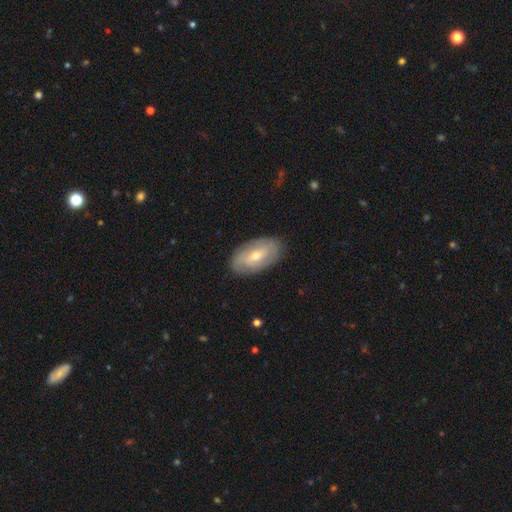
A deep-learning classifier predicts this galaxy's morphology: Overall: featured or disk (58%; smooth 36%). Edge-on disk: no (92%). Bar: no (46%; weak 39%). Spiral arms: yes (65%; no 35%). Bulge size: moderate (50%; small 46%). Merging: none (85%).